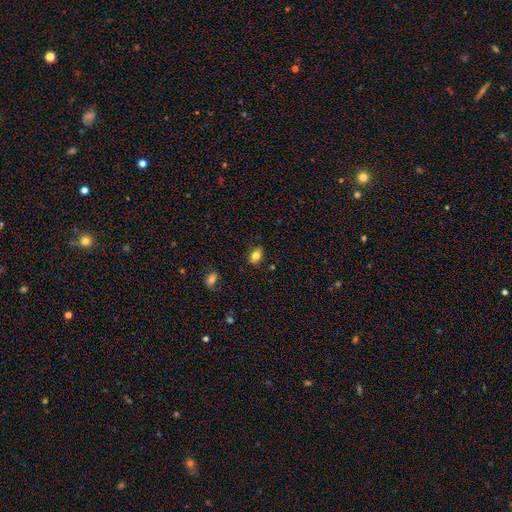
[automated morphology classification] smooth-or-featured: smooth: 78% | featured or disk: 12% | star or artifact: 9%
  how-rounded: in between: 84% | round: 12% | cigar-shaped: 4%
  merging: none: 82% | minor disturbance: 13% | major disturbance: 3% | merger: 2%